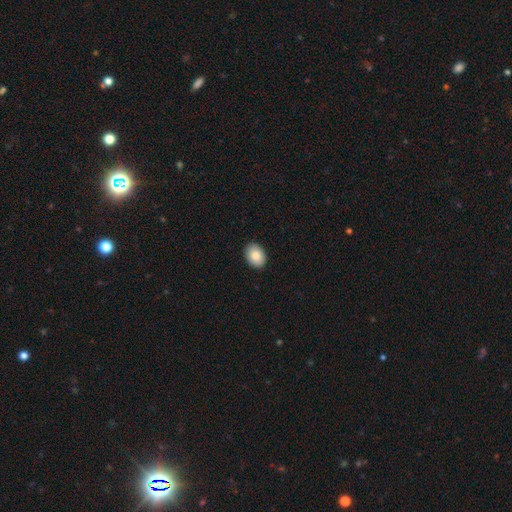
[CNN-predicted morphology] smooth_or_featured: smooth (p=0.87) [alt: star or artifact p=0.07]
how_rounded: in between (p=0.75) [alt: round p=0.24]
merging: none (p=0.90) [alt: minor disturbance p=0.07]